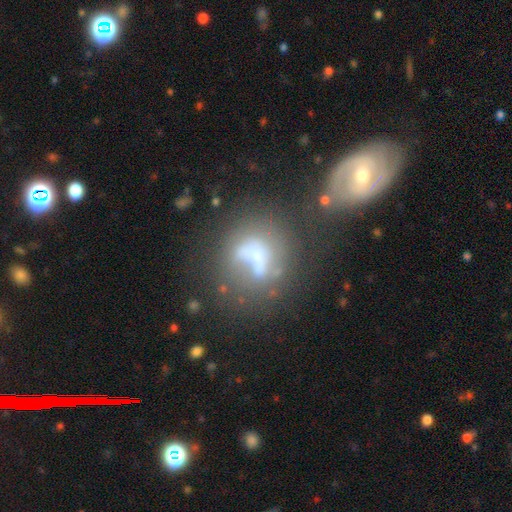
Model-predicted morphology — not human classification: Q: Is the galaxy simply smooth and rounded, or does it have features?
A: featured or disk — 46%.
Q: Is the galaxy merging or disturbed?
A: none — 33%.